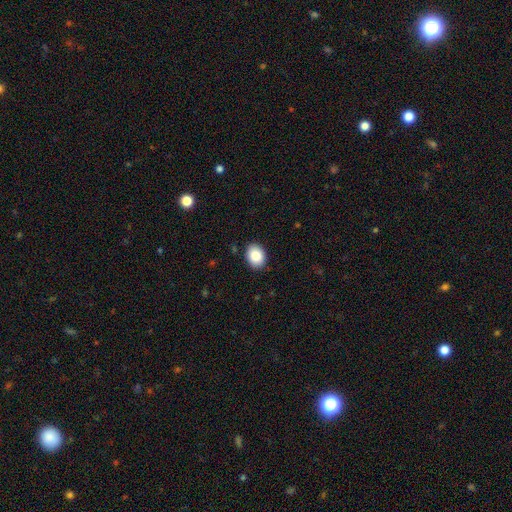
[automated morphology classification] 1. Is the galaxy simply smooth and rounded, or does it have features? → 88% smooth, 8% star or artifact, 5% featured or disk.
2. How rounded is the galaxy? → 63% in between, 36% round, 1% cigar-shaped.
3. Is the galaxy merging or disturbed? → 89% none, 8% minor disturbance, 2% major disturbance, 1% merger.